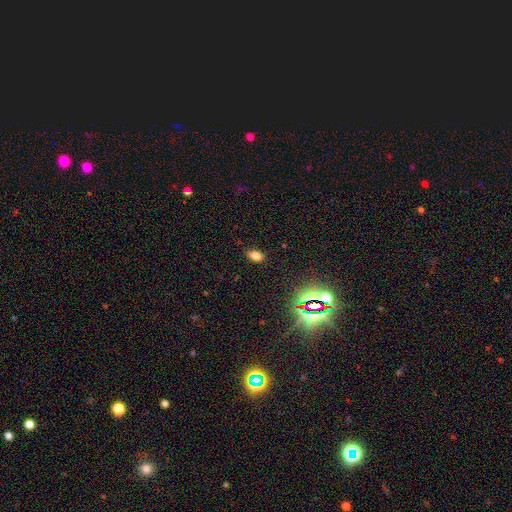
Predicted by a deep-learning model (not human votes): smooth_or_featured: smooth (p=0.77) [alt: star or artifact p=0.17]
how_rounded: in between (p=0.88) [alt: round p=0.09]
merging: none (p=0.86) [alt: minor disturbance p=0.10]